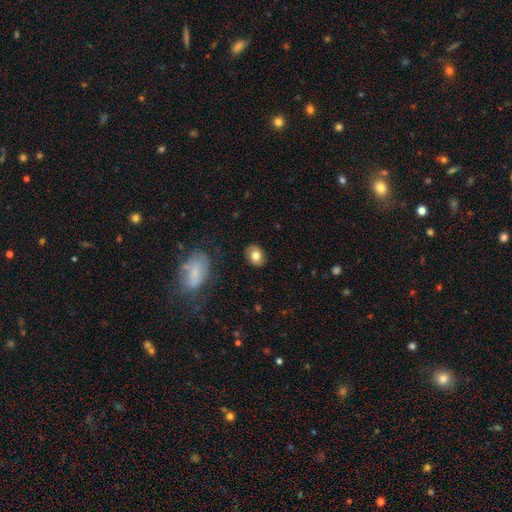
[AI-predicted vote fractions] smooth-or-featured: smooth: 77% | featured or disk: 14% | star or artifact: 8%
  how-rounded: in between: 59% | round: 40% | cigar-shaped: 1%
  merging: none: 85% | minor disturbance: 11% | major disturbance: 3% | merger: 1%